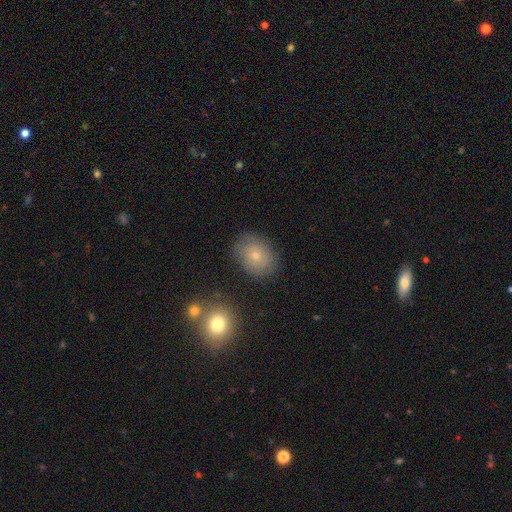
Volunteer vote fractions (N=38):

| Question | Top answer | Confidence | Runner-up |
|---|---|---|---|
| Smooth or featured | smooth | 79% | featured or disk (16%) |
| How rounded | in between | 73% | round (27%) |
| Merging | none | 78% | minor disturbance (11%) |